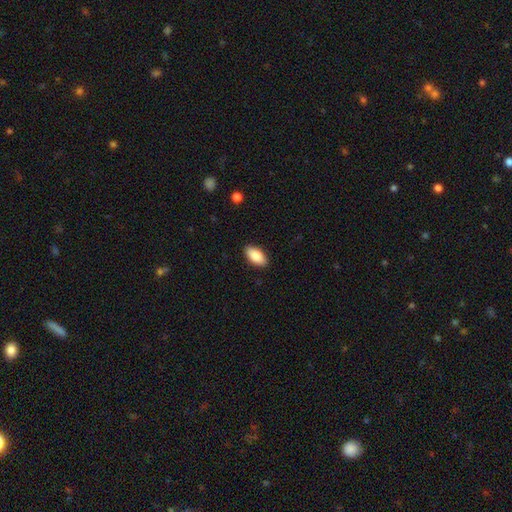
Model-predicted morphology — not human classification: Smooth or featured? smooth (84%)
How rounded? in between (93%)
Merging? none (89%)